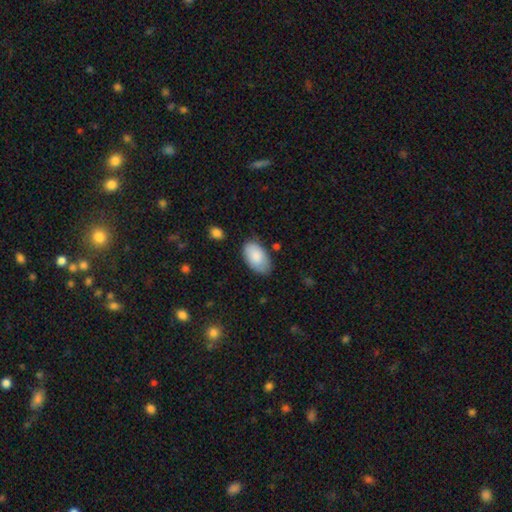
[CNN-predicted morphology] smooth-or-featured: smooth: 86% | featured or disk: 8% | star or artifact: 6%
  how-rounded: in between: 95% | round: 4% | cigar-shaped: 1%
  merging: none: 75% | minor disturbance: 19% | major disturbance: 4% | merger: 2%